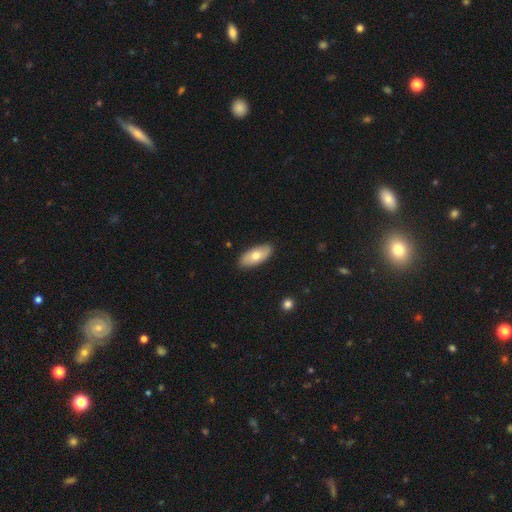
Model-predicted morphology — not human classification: Q: Smooth or featured?
A: smooth (69%); runner-up: featured or disk (25%)
Q: How rounded?
A: in between (90%); runner-up: cigar-shaped (8%)
Q: Merging?
A: none (88%); runner-up: minor disturbance (9%)